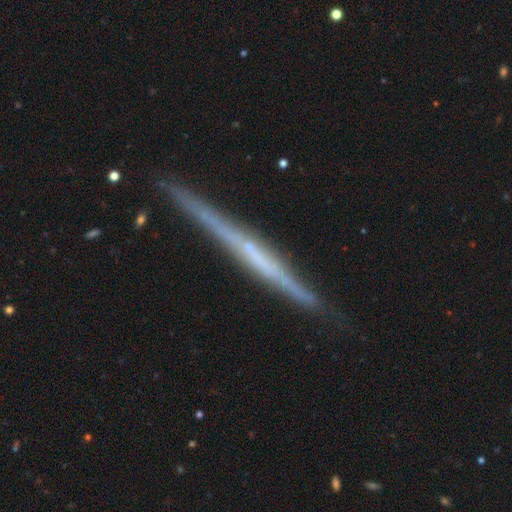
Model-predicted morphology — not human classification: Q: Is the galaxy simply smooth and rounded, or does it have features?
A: featured or disk — 74%.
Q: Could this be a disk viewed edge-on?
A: yes — 97%.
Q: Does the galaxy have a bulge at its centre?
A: none — 78%.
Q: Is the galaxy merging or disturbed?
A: none — 88%.